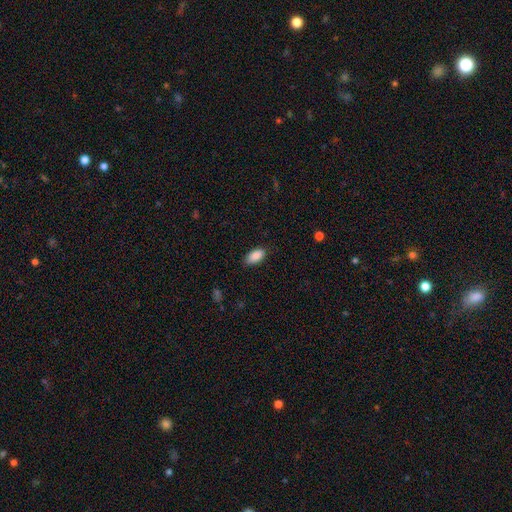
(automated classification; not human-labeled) The model was most divided on "merging": none: 84%, minor disturbance: 13%, major disturbance: 2%, merger: 1%. More confident: how rounded — in between (93%); smooth or featured — smooth (89%).